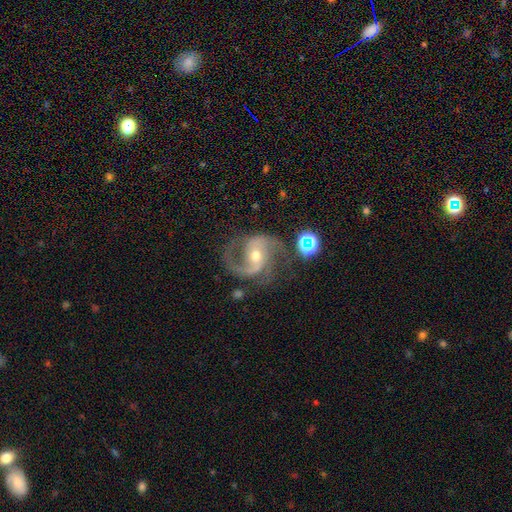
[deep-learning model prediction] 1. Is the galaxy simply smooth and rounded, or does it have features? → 90% featured or disk, 6% star or artifact, 4% smooth.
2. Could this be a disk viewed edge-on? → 98% no, 2% yes.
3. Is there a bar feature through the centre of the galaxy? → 43% no, 38% weak, 19% strong.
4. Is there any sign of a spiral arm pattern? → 98% yes, 2% no.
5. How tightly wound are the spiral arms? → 59% medium, 24% loose, 17% tight.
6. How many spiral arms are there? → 85% 2, 5% 3, 4% 1, 3% can't tell, 1% 4, 1% more than 4.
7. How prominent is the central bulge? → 62% moderate, 34% small, 3% large, 1% none, 1% dominant.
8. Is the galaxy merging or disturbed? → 66% none, 18% minor disturbance, 13% major disturbance, 3% merger.